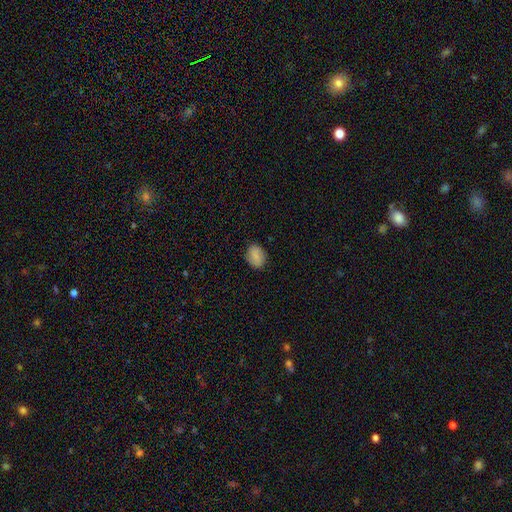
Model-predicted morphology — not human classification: This appears to be a smooth galaxy with no disk features (82%) that is in between round and cigar-shaped (63%). Merging: none (85%).